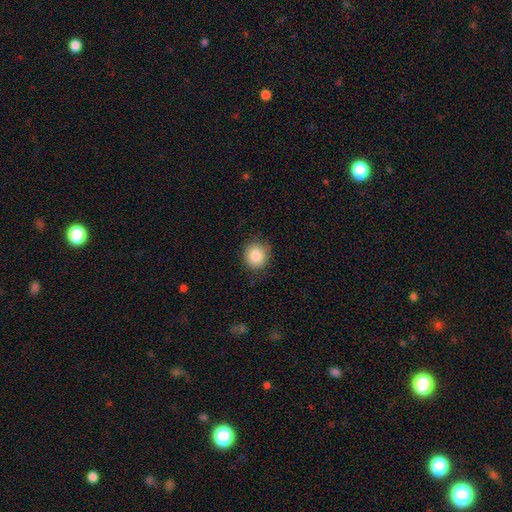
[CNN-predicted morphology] smooth-or-featured: smooth: 85% | star or artifact: 9% | featured or disk: 6%
  how-rounded: round: 88% | in between: 11% | cigar-shaped: 1%
  merging: none: 86% | minor disturbance: 11% | major disturbance: 2% | merger: 1%